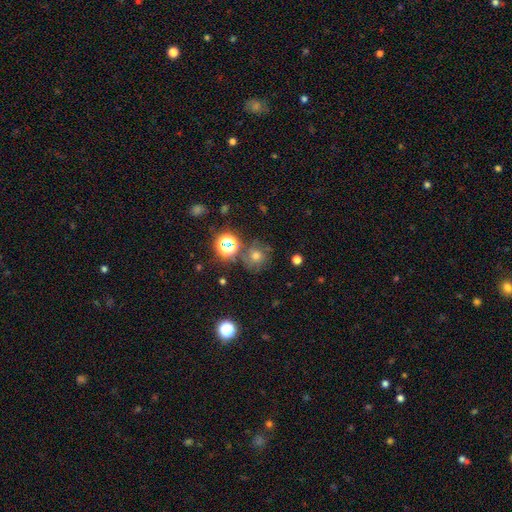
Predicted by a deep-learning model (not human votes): Smooth or featured?
  - smooth: 54% *
  - star or artifact: 31%
  - featured or disk: 15%
How rounded?
  - round: 89% *
  - in between: 10%
  - cigar-shaped: 1%
Merging?
  - none: 70% *
  - minor disturbance: 13%
  - merger: 10%
  - major disturbance: 6%